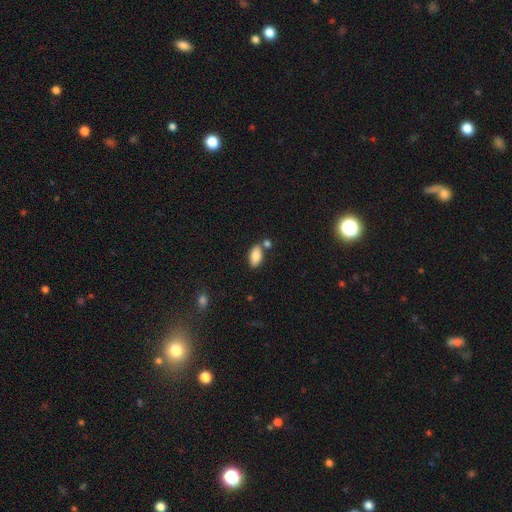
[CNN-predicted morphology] The model was most divided on "merging": none: 69%, merger: 16%, minor disturbance: 12%, major disturbance: 3%. More confident: how rounded — in between (93%); smooth or featured — smooth (85%).